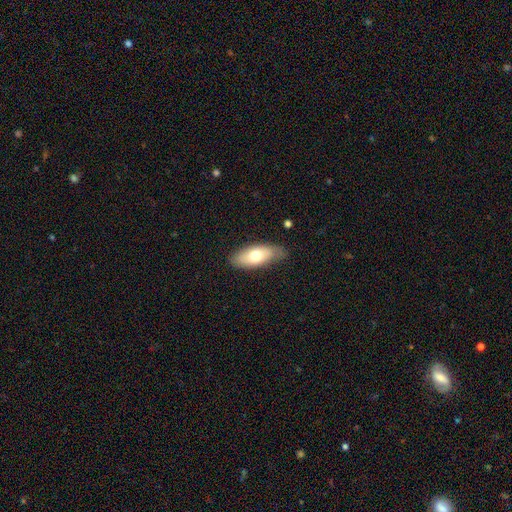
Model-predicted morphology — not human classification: smooth_or_featured: smooth (p=0.69) [alt: featured or disk p=0.25]
how_rounded: in between (p=0.82) [alt: cigar-shaped p=0.16]
merging: none (p=0.78) [alt: minor disturbance p=0.18]